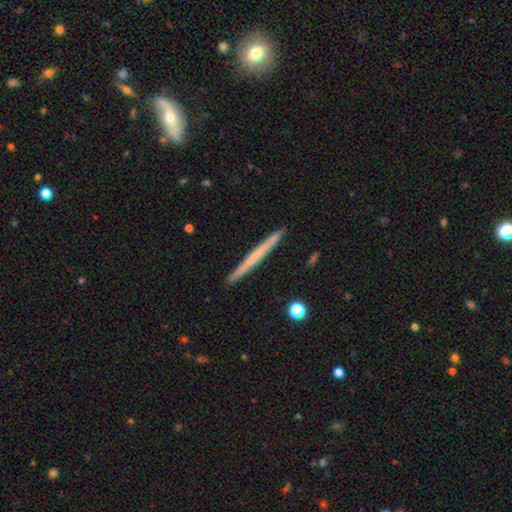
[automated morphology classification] type=smooth (50%); roundness=cigar-shaped (97%); merging=none (93%).